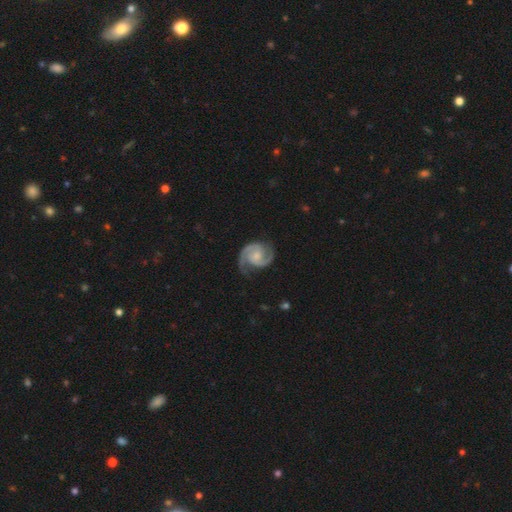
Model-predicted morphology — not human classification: A featured or disk galaxy (91%) with no bar (56%), 2 (93%) medium (54%) spiral arms (98%) and a moderate central bulge (39%). Merging: none (76%).